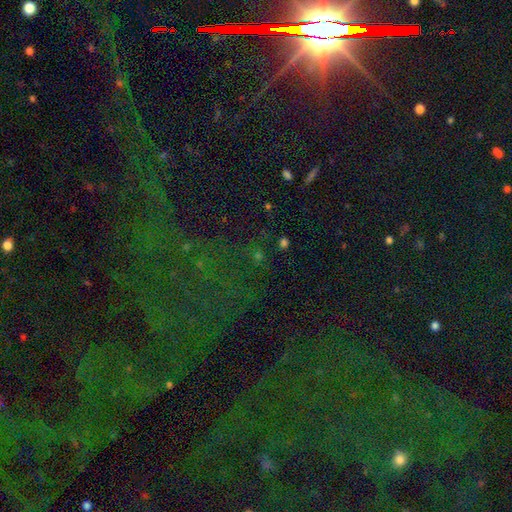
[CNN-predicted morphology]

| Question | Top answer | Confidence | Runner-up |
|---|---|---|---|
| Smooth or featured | star or artifact | 72% | smooth (18%) |